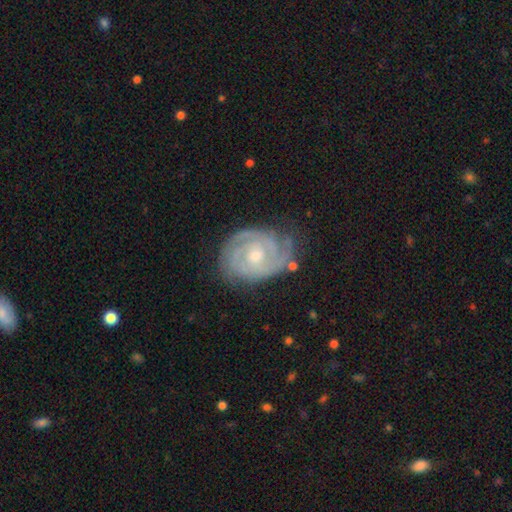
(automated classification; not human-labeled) Smooth or featured: featured or disk — 89% (smooth — 6%)
Edge-on disk: no — 98% (yes — 2%)
Bar: no — 65% (weak — 29%)
Spiral arms: yes — 97% (no — 3%)
Spiral winding: tight — 77% (medium — 20%)
Spiral arm count: 2 — 44% (3 — 26%)
Bulge size: moderate — 54% (small — 42%)
Merging: none — 72% (minor disturbance — 20%)